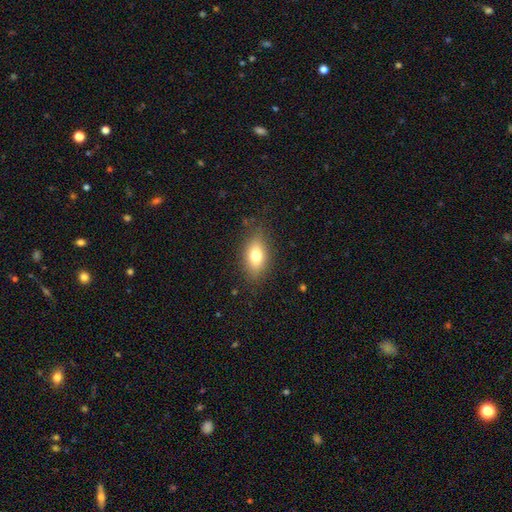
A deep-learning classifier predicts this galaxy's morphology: smooth_or_featured: smooth (p=0.76) [alt: featured or disk p=0.15]
how_rounded: in between (p=0.84) [alt: round p=0.10]
merging: none (p=0.82) [alt: minor disturbance p=0.13]